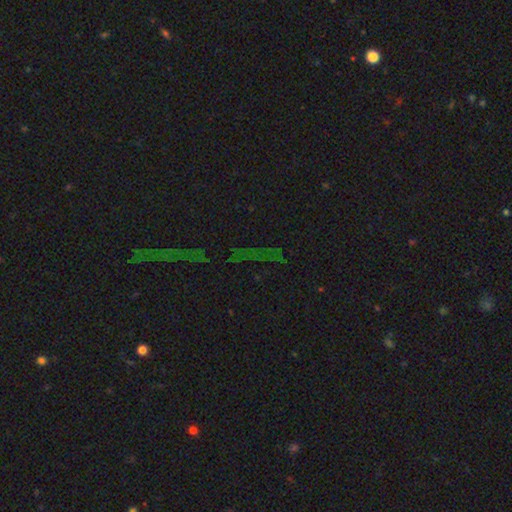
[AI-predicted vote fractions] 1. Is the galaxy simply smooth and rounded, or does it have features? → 78% star or artifact, 11% smooth, 11% featured or disk.